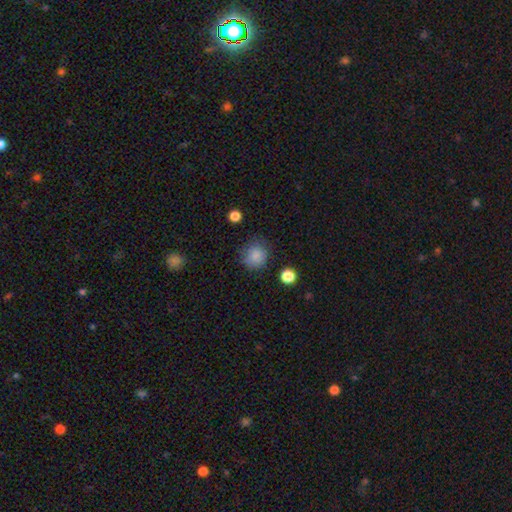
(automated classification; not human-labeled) A smooth galaxy with no disk features (85%) that is round (89%). Merging: none (78%).